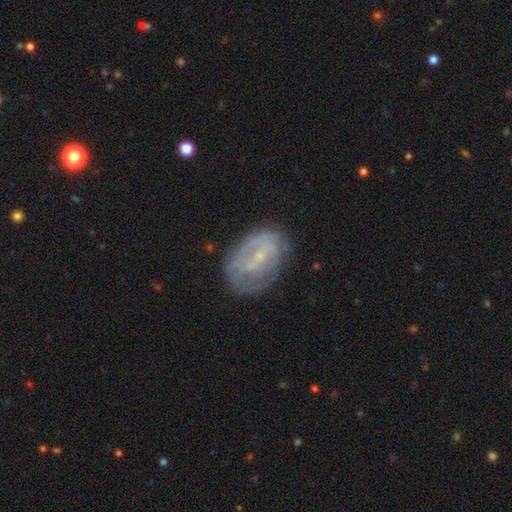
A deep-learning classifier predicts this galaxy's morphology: This appears to be a featured or disk galaxy (63%) with a weak bar (43%), spiral arms (61%) and a small central bulge (71%). Merging: none (67%).